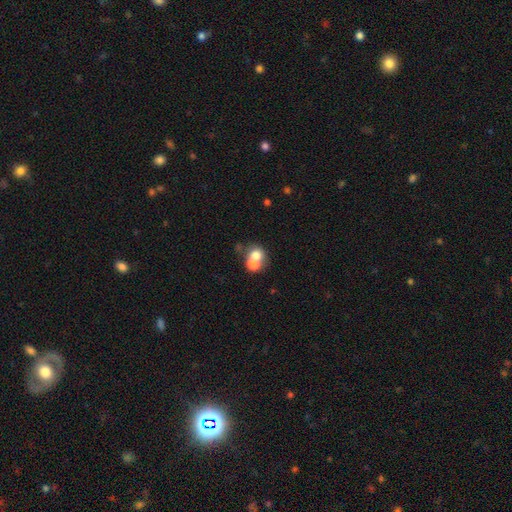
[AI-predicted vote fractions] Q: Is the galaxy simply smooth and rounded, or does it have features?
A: smooth — 67%.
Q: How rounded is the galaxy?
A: round — 74%.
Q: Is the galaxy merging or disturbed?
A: merger — 59%.